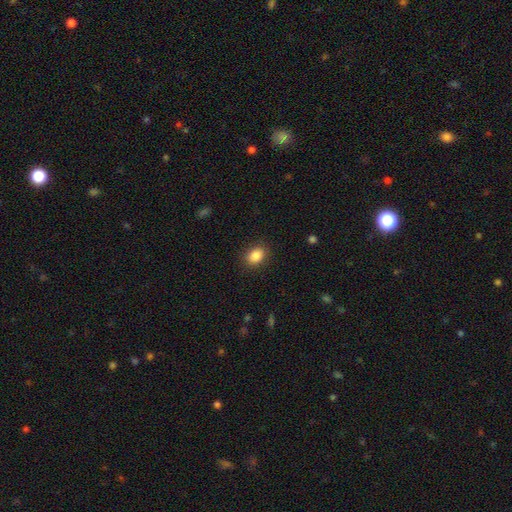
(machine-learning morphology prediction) Smooth or featured? smooth (86%)
How rounded? in between (63%)
Merging? none (87%)